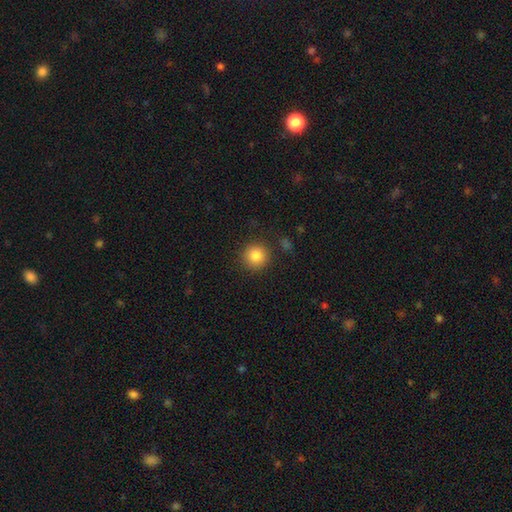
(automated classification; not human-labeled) smooth_or_featured: smooth (p=0.84) [alt: star or artifact p=0.10]
how_rounded: round (p=0.94) [alt: in between p=0.05]
merging: none (p=0.89) [alt: minor disturbance p=0.07]